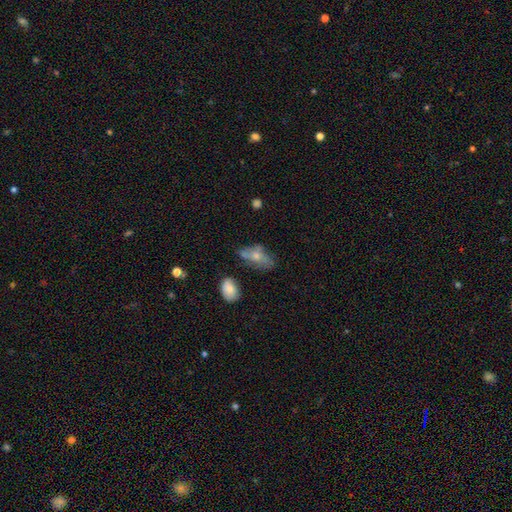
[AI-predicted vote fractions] smooth-or-featured: smooth: 57% | featured or disk: 34% | star or artifact: 9%
  how-rounded: in between: 86% | cigar-shaped: 7% | round: 6%
  merging: none: 43% | minor disturbance: 30% | major disturbance: 17% | merger: 10%